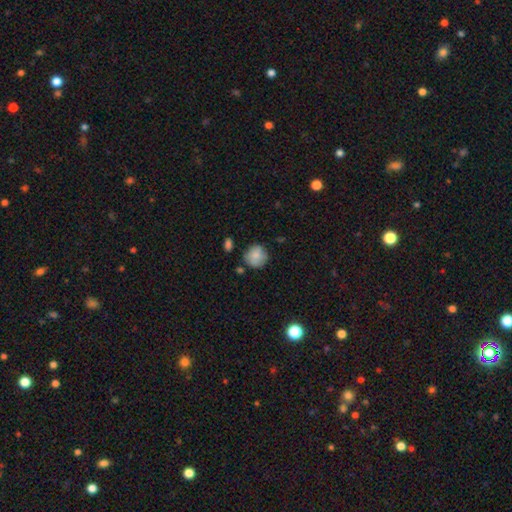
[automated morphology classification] A smooth galaxy with no disk features (81%) that is round (88%).

Vote fractions:
- Smooth or featured? smooth: 81% / featured or disk: 11% / star or artifact: 8%
- How rounded? round: 88% / in between: 11% / cigar-shaped: 1%
- Merging? none: 70% / minor disturbance: 20% / major disturbance: 5% / merger: 5%